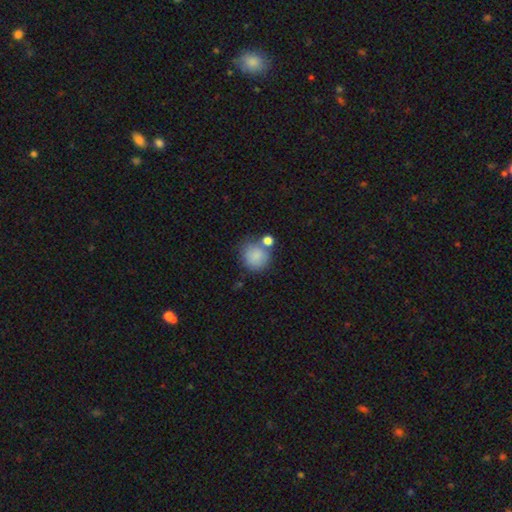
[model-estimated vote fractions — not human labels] This appears to be a smooth galaxy with no disk features (84%) that is round (85%). Merging: none (57%).